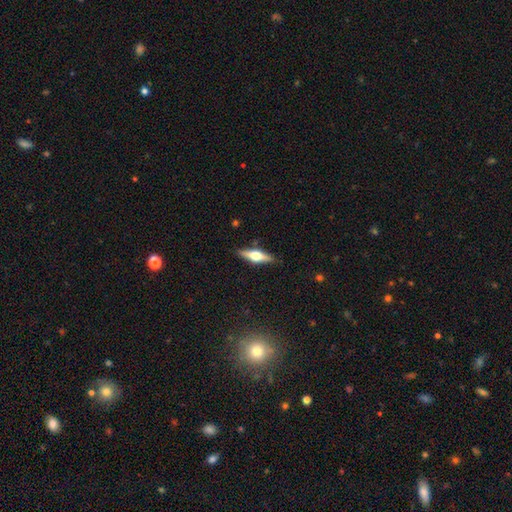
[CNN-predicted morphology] smooth_or_featured: featured or disk (p=0.64) [alt: smooth p=0.30]
disk_edge_on: yes (p=0.96) [alt: no p=0.04]
edge_on_bulge: rounded (p=0.95) [alt: boxy p=0.03]
merging: none (p=0.88) [alt: minor disturbance p=0.09]